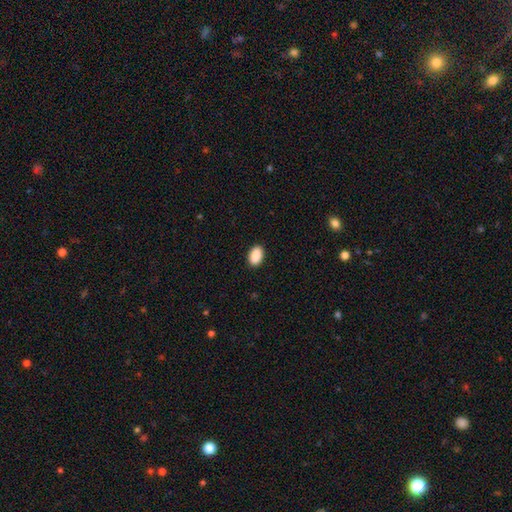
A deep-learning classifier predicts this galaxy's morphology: Overall: smooth (91%). How rounded: in between (92%). Merging: none (90%).